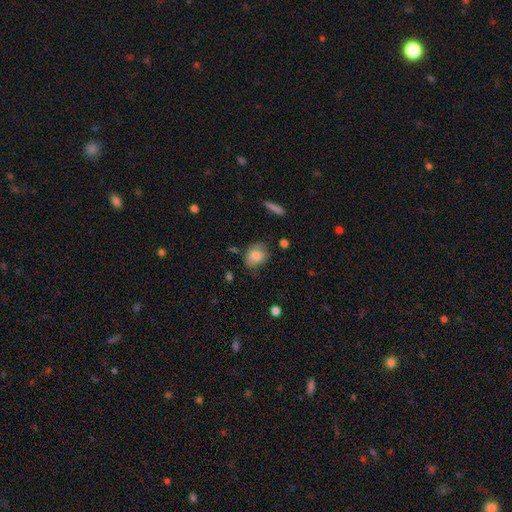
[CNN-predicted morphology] This is likely a smooth galaxy (80%). How rounded: possibly in between (56%). Merging: likely none (62%).